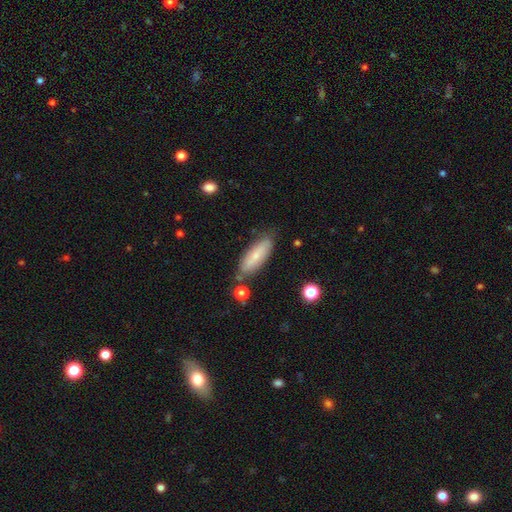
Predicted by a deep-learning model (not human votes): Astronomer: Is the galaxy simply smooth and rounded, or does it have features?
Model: smooth — 68%.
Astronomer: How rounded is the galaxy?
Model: in between — 53% (runner-up: cigar-shaped, 46%).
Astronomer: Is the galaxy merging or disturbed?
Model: none — 77%.